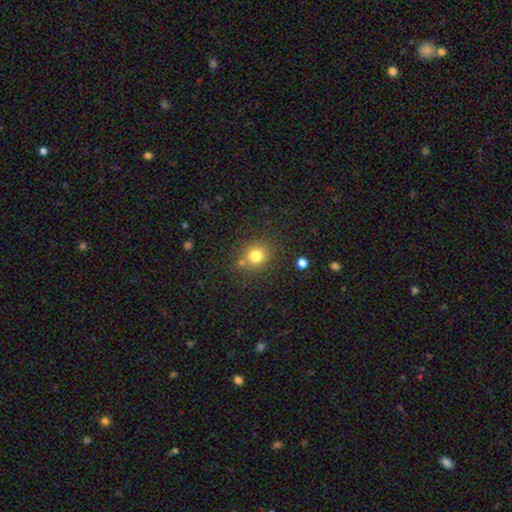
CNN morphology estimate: Smooth or featured? Predicted: smooth (p=0.78). How rounded? Predicted: round (p=0.81). Merging? Predicted: none (p=0.79).